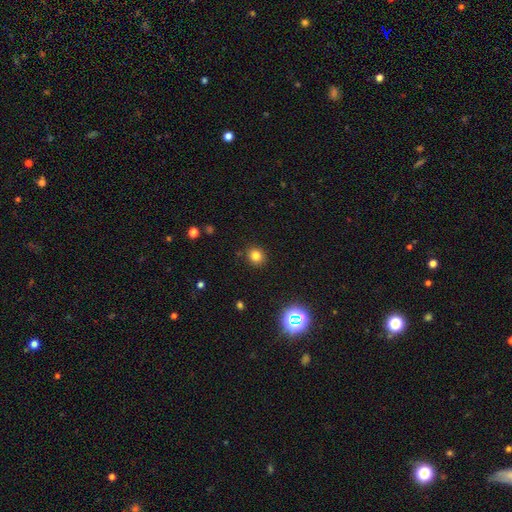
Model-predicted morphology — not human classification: Smooth or featured: smooth — 80% (star or artifact — 15%)
How rounded: round — 87% (in between — 12%)
Merging: none — 90% (minor disturbance — 6%)